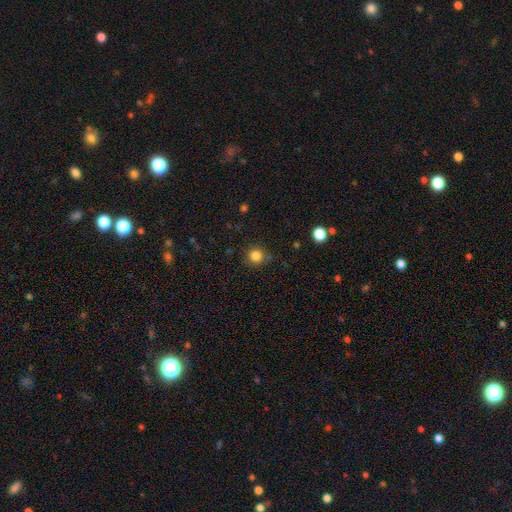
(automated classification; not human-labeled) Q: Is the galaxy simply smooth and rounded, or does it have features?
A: smooth — 83%.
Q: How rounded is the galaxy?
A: round — 93%.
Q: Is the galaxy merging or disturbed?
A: none — 84%.